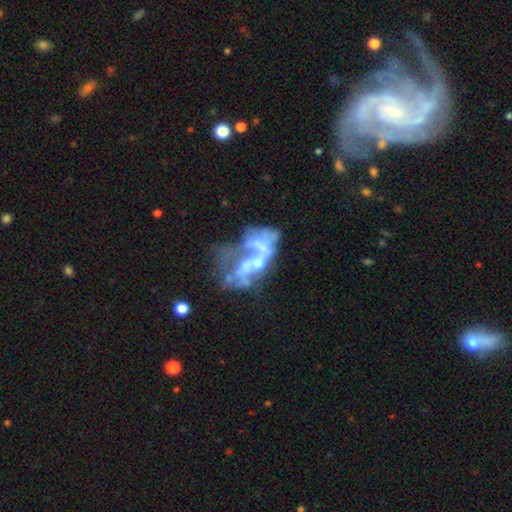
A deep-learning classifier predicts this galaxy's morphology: Smooth or featured? Predicted: featured or disk (p=0.71). Edge-on disk? Predicted: no (p=0.95). Bar? Predicted: no (p=0.62). Spiral arms? Predicted: yes (p=0.51). Bulge size? Predicted: none (p=0.37). Merging? Predicted: merger (p=0.45).